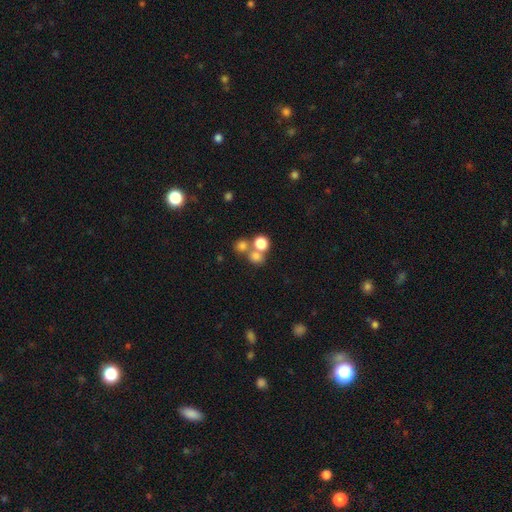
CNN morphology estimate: A smooth galaxy with no disk features (73%) that is round (81%). Merging: none (46%).